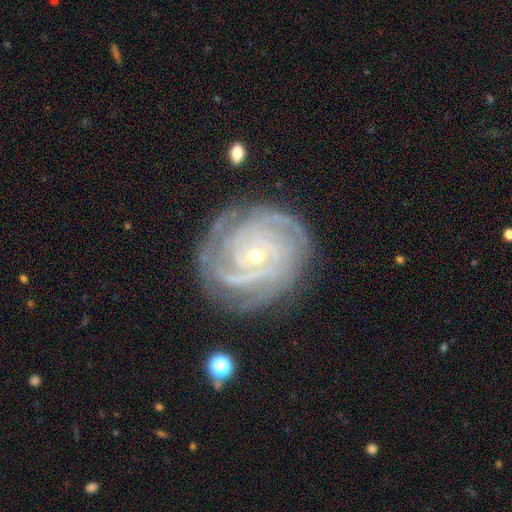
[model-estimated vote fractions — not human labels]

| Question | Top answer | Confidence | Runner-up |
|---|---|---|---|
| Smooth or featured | featured or disk | 90% | star or artifact (5%) |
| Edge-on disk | no | 97% | yes (3%) |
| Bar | no | 61% | weak (28%) |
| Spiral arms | yes | 98% | no (2%) |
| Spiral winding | tight | 79% | medium (18%) |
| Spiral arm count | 3 | 28% | 4 (22%) |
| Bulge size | small | 61% | moderate (36%) |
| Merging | none | 79% | minor disturbance (15%) |